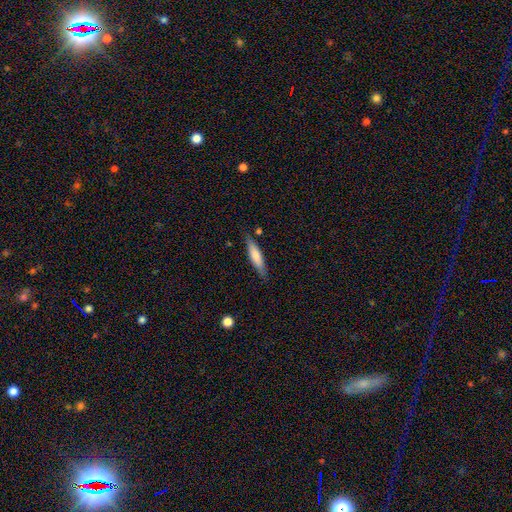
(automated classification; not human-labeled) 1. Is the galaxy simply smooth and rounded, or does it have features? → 70% smooth, 24% featured or disk, 6% star or artifact.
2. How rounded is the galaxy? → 78% cigar-shaped, 21% in between, 1% round.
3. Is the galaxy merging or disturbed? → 82% none, 13% minor disturbance, 3% merger, 2% major disturbance.